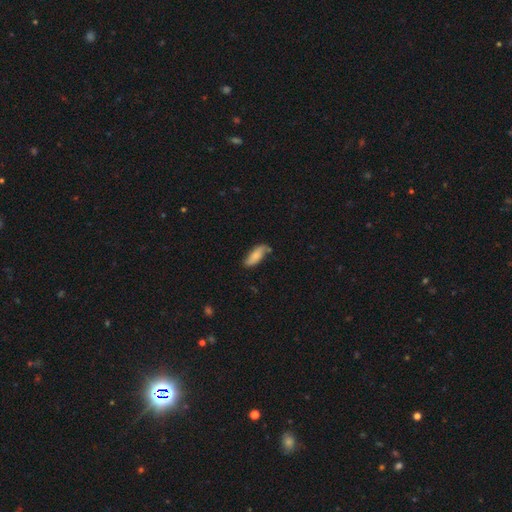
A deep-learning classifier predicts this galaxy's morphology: This is likely a smooth galaxy (73%). How rounded: likely in between (70%). Merging: likely none (67%).